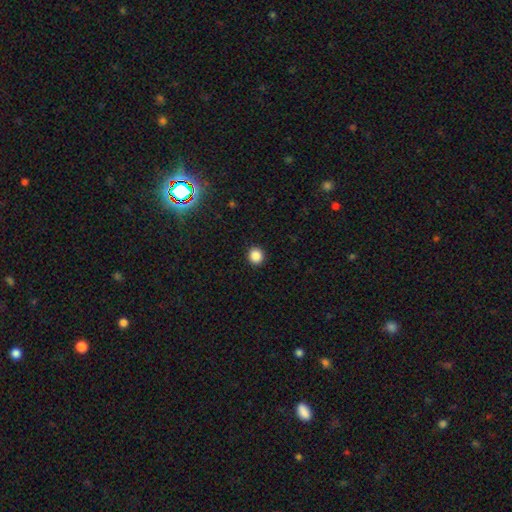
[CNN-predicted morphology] smooth_or_featured: smooth (p=0.87) [alt: star or artifact p=0.10]
how_rounded: round (p=0.91) [alt: in between p=0.08]
merging: none (p=0.93) [alt: minor disturbance p=0.05]